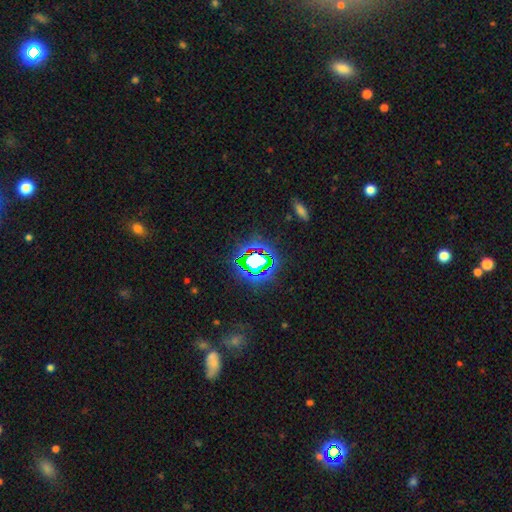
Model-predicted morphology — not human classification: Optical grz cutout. It shows a star or artifact, not a galaxy (76%).